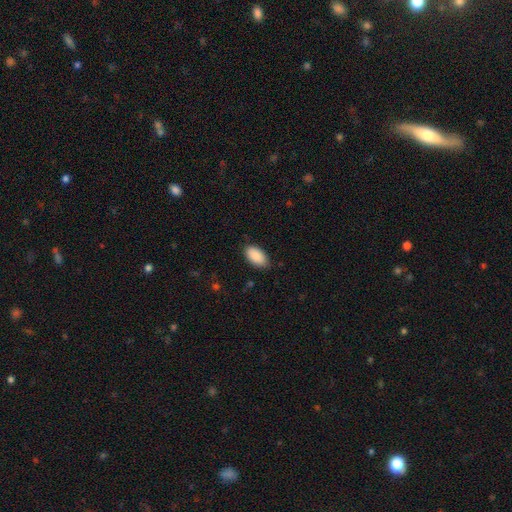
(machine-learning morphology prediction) Smooth or featured: smooth — 90% (star or artifact — 6%)
How rounded: in between — 95% (round — 3%)
Merging: none — 84% (minor disturbance — 12%)